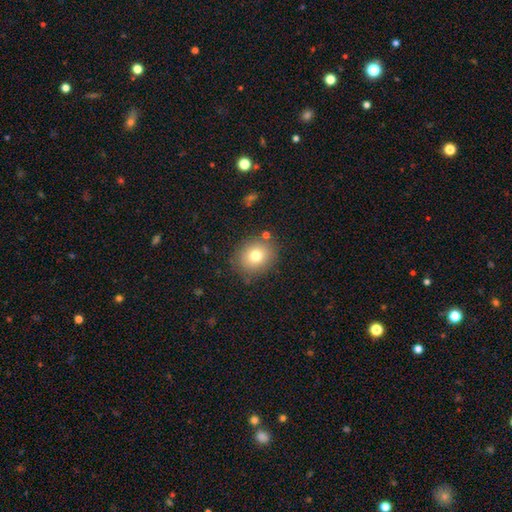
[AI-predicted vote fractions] Smooth or featured? smooth (75%)
How rounded? round (67%)
Merging? none (82%)